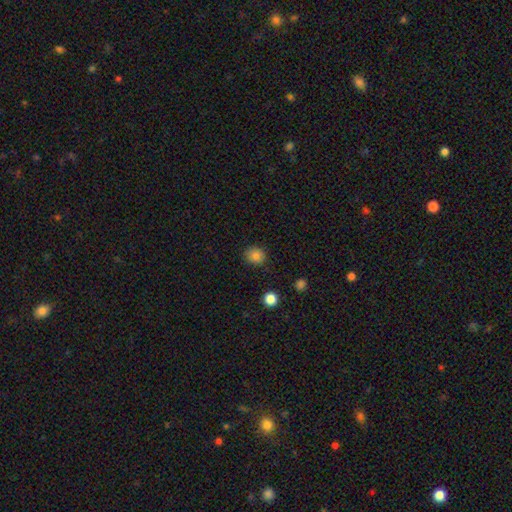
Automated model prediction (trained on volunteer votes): smooth 84%, star or artifact 12%, featured or disk 4%. Down the decision tree: how rounded — round (82%); merging — none (86%).